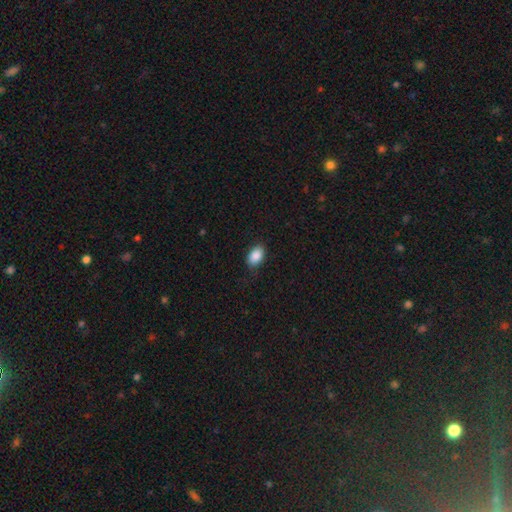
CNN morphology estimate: Q: Smooth or featured?
A: smooth (89%); runner-up: star or artifact (7%)
Q: How rounded?
A: in between (91%); runner-up: round (8%)
Q: Merging?
A: none (82%); runner-up: minor disturbance (14%)